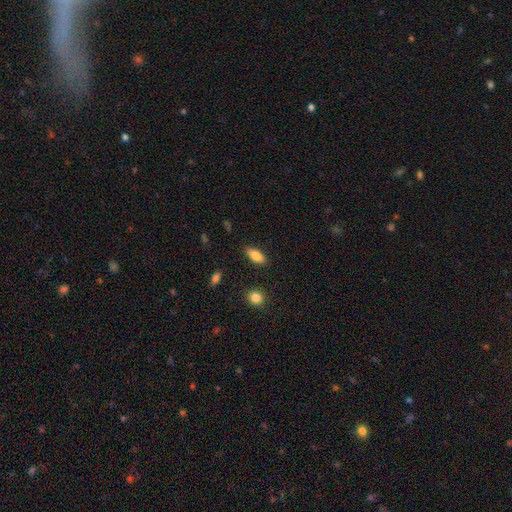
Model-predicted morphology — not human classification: This is likely a smooth galaxy (78%). How rounded: clearly in between (83%). Merging: clearly none (85%).